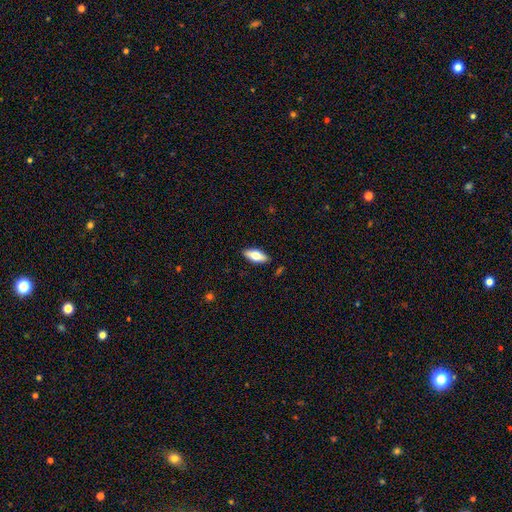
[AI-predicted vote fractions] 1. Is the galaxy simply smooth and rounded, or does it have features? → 67% smooth, 27% featured or disk, 6% star or artifact.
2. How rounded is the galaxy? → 76% in between, 22% cigar-shaped, 2% round.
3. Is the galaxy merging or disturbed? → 88% none, 9% minor disturbance, 2% major disturbance, 1% merger.